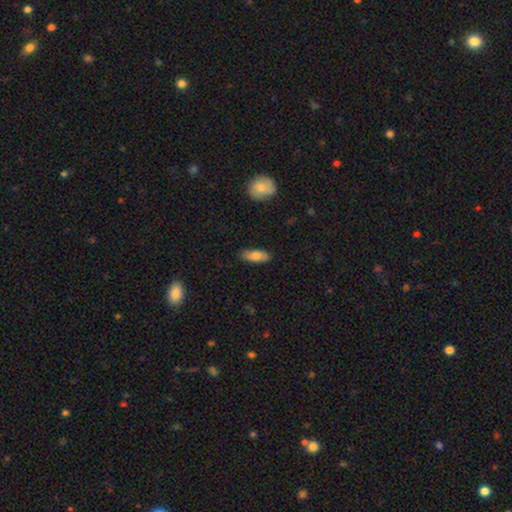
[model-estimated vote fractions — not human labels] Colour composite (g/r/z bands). It shows a smooth galaxy with no disk features (79%) that is in between round and cigar-shaped (72%). Merging: none (86%).